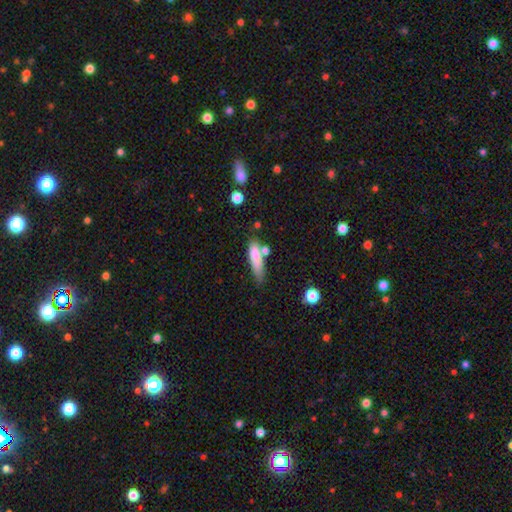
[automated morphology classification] This appears to be a smooth galaxy with no disk features (77%) that is cigar-shaped (64%). Merging: none (51%).